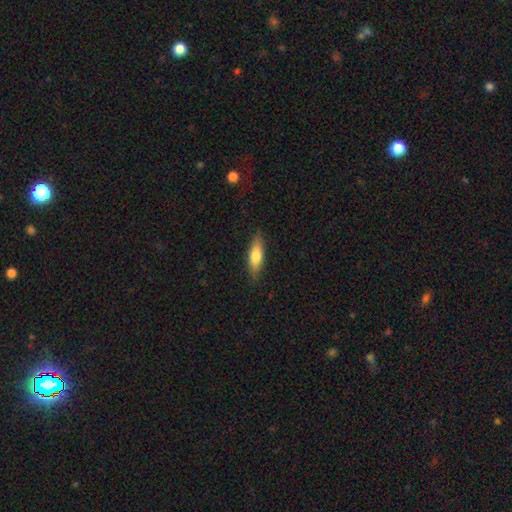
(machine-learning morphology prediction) Smooth or featured? smooth (71%)
How rounded? in between (54%)
Merging? none (84%)